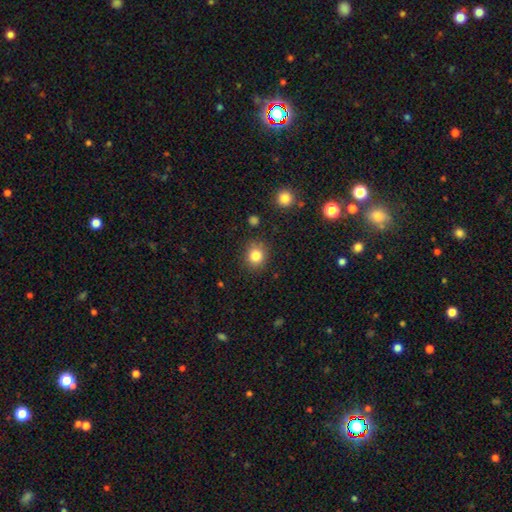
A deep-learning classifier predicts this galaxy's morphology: Q: Smooth or featured?
A: smooth (83%); runner-up: star or artifact (11%)
Q: How rounded?
A: round (81%); runner-up: in between (18%)
Q: Merging?
A: none (86%); runner-up: minor disturbance (10%)